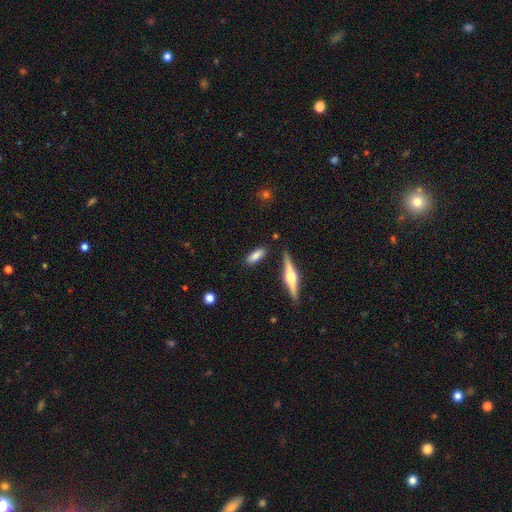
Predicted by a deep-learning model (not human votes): Smooth or featured? smooth (75%)
How rounded? in between (59%)
Merging? none (81%)